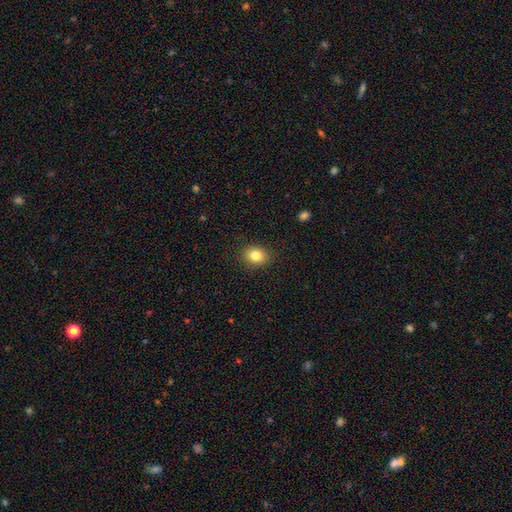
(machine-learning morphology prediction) Smooth or featured? smooth (83%)
How rounded? round (51%)
Merging? none (88%)